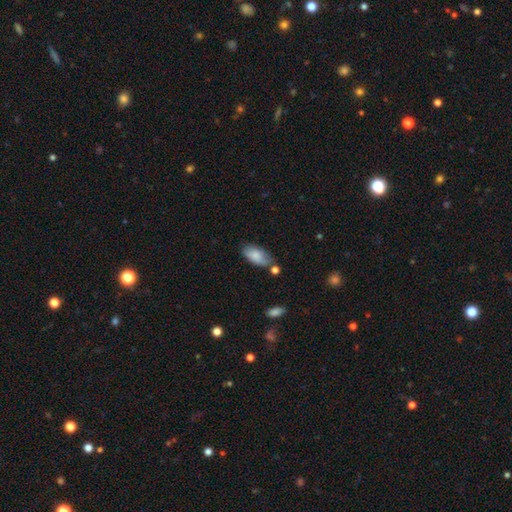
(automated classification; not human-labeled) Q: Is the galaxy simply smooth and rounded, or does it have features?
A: smooth — 80%.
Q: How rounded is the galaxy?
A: in between — 92%.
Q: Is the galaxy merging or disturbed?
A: none — 57%.